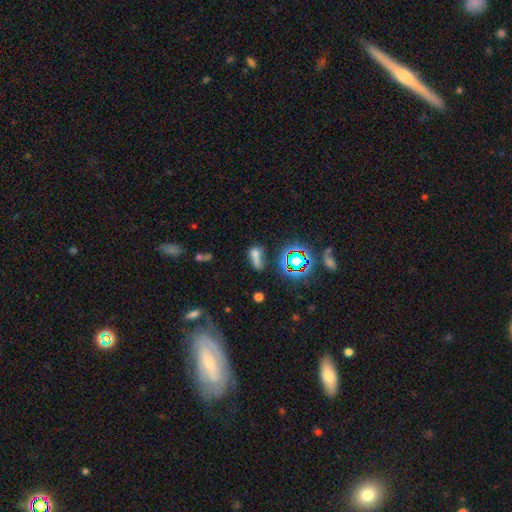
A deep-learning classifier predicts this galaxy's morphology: A smooth galaxy with no disk features (57%) that is in between round and cigar-shaped (60%).

Vote fractions:
- Smooth or featured? smooth: 57% / star or artifact: 27% / featured or disk: 17%
- How rounded? in between: 60% / round: 32% / cigar-shaped: 8%
- Merging? merger: 50% / none: 29% / minor disturbance: 11% / major disturbance: 10%